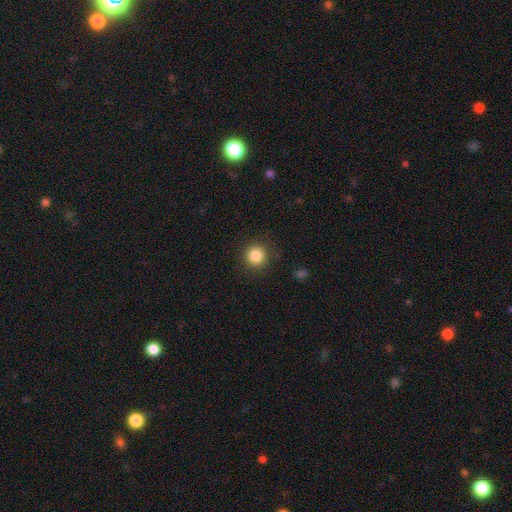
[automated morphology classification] A smooth galaxy with no disk features (85%) that is round (94%).

Vote fractions:
- Smooth or featured? smooth: 85% / star or artifact: 11% / featured or disk: 5%
- How rounded? round: 94% / in between: 5% / cigar-shaped: 1%
- Merging? none: 90% / minor disturbance: 6% / major disturbance: 3% / merger: 1%